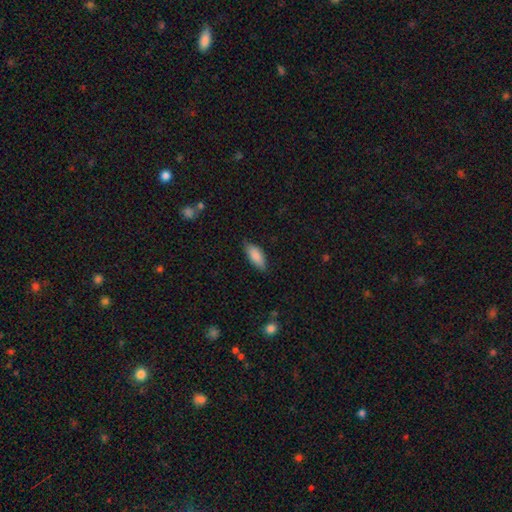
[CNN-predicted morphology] Q: Smooth or featured?
A: smooth (85%); runner-up: featured or disk (9%)
Q: How rounded?
A: in between (77%); runner-up: cigar-shaped (21%)
Q: Merging?
A: none (76%); runner-up: minor disturbance (20%)